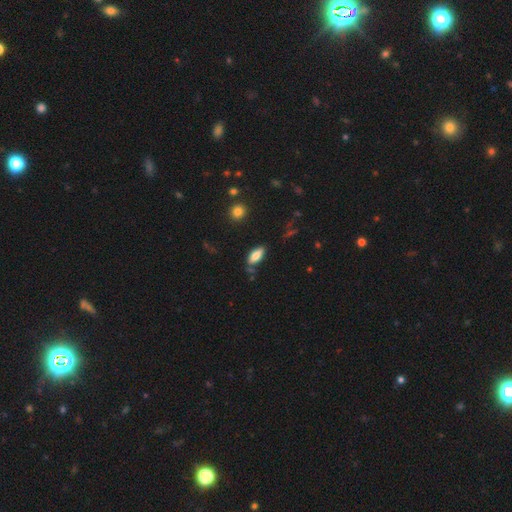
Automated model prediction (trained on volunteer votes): This appears to be a smooth galaxy with no disk features (78%) that is in between round and cigar-shaped (79%). Merging: none (71%).